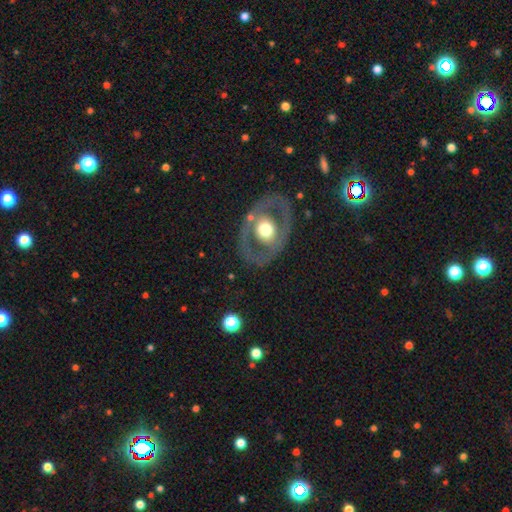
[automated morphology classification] Smooth or featured? Predicted: featured or disk (p=0.72). Edge-on disk? Predicted: no (p=0.93). Bar? Predicted: no (p=0.75). Spiral arms? Predicted: no (p=0.70). Bulge size? Predicted: moderate (p=0.59). Merging? Predicted: none (p=0.79).